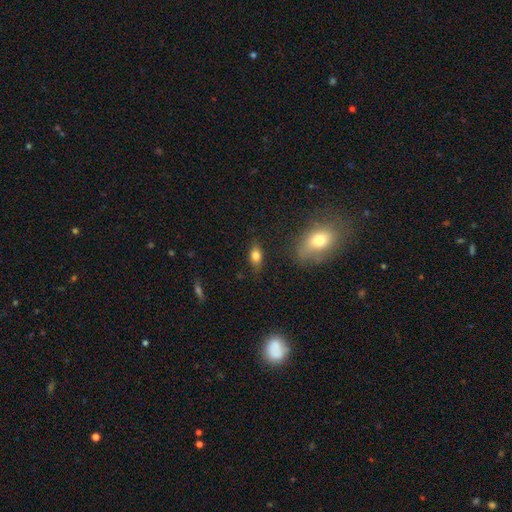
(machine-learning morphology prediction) Overall: smooth (79%). How rounded: in between (84%). Merging: none (81%).